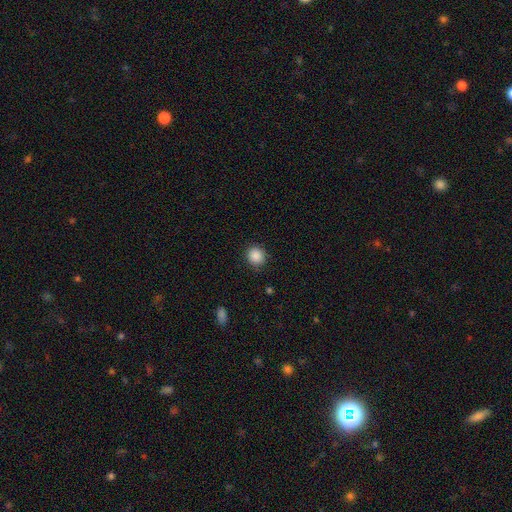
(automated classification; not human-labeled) Morphology: type=smooth (88%); roundness=round (88%); merging=none (89%).